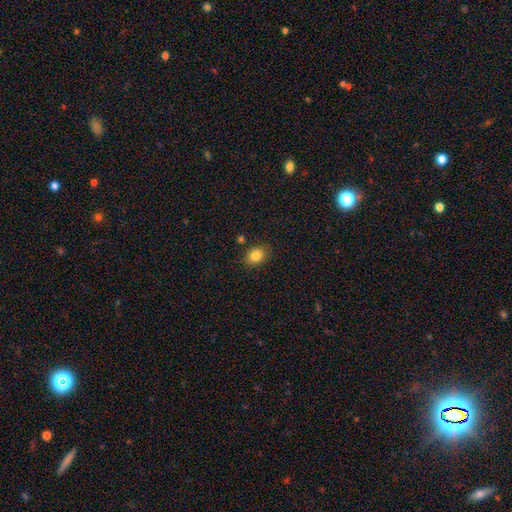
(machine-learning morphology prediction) This is clearly a smooth galaxy (84%). How rounded: likely in between (62%). Merging: clearly none (83%).